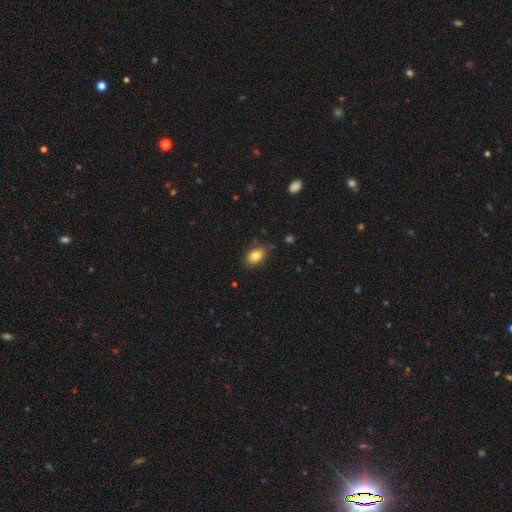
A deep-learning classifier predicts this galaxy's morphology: Smooth or featured?
  - smooth: 83% *
  - star or artifact: 9%
  - featured or disk: 8%
How rounded?
  - in between: 86% *
  - round: 12%
  - cigar-shaped: 2%
Merging?
  - none: 82% *
  - minor disturbance: 13%
  - major disturbance: 3%
  - merger: 2%